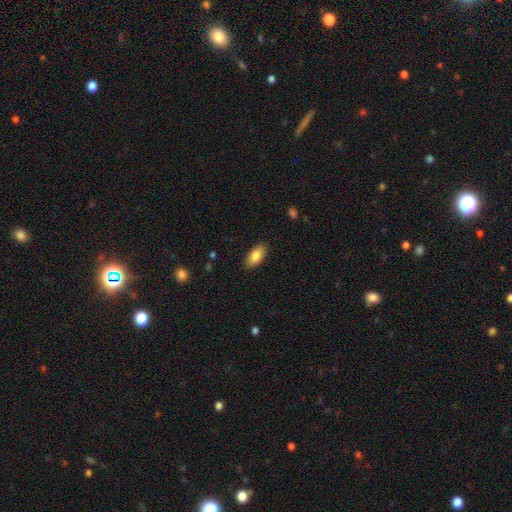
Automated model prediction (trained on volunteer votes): A smooth galaxy with no disk features (84%) that is in between round and cigar-shaped (90%). Merging: none (88%).